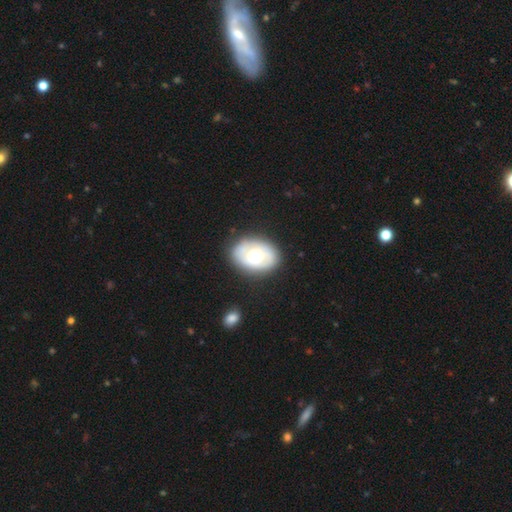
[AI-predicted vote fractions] A smooth galaxy with no disk features (47%).

Vote fractions:
- Smooth or featured? smooth: 47% / featured or disk: 46% / star or artifact: 7%
- Merging? none: 80% / minor disturbance: 13% / major disturbance: 5% / merger: 2%